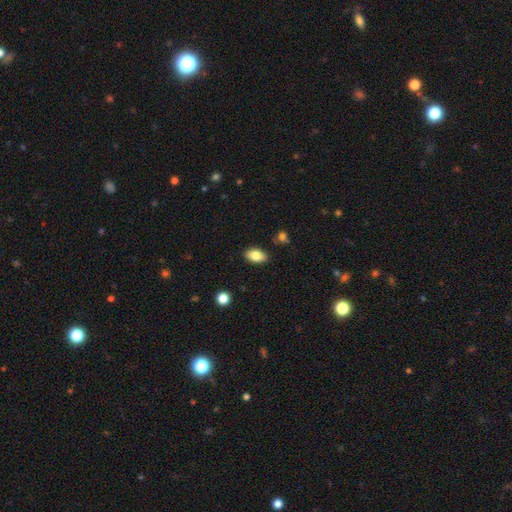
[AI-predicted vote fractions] Smooth or featured?
  - smooth: 82% *
  - featured or disk: 10%
  - star or artifact: 8%
How rounded?
  - in between: 90% *
  - round: 7%
  - cigar-shaped: 2%
Merging?
  - none: 86% *
  - minor disturbance: 10%
  - major disturbance: 2%
  - merger: 2%